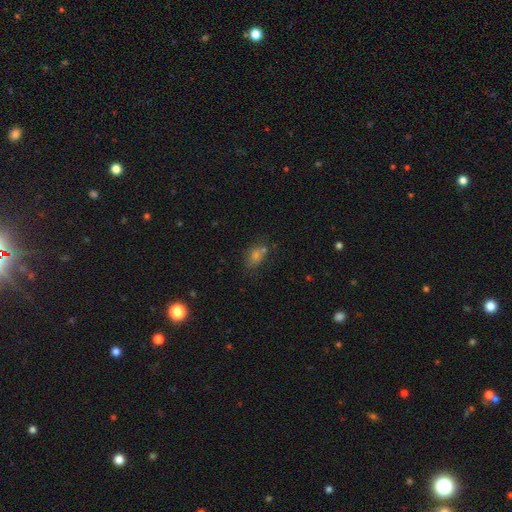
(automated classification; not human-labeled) Q: Smooth or featured?
A: smooth (67%); runner-up: star or artifact (21%)
Q: How rounded?
A: in between (74%); runner-up: round (23%)
Q: Merging?
A: none (61%); runner-up: minor disturbance (17%)